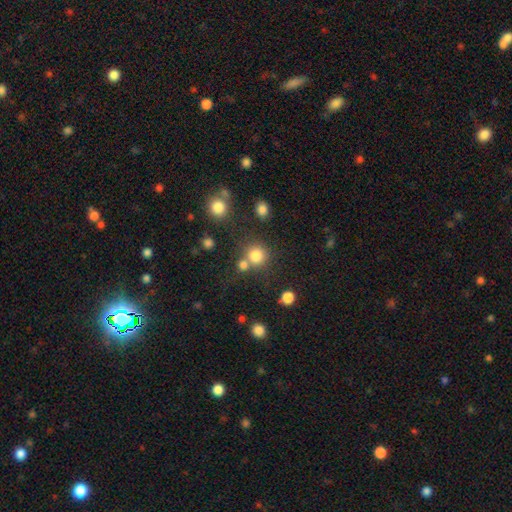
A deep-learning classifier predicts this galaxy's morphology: A smooth galaxy with no disk features (80%) that is round (91%).

Vote fractions:
- Smooth or featured? smooth: 80% / star or artifact: 14% / featured or disk: 6%
- How rounded? round: 91% / in between: 9% / cigar-shaped: 1%
- Merging? none: 63% / merger: 24% / minor disturbance: 8% / major disturbance: 4%